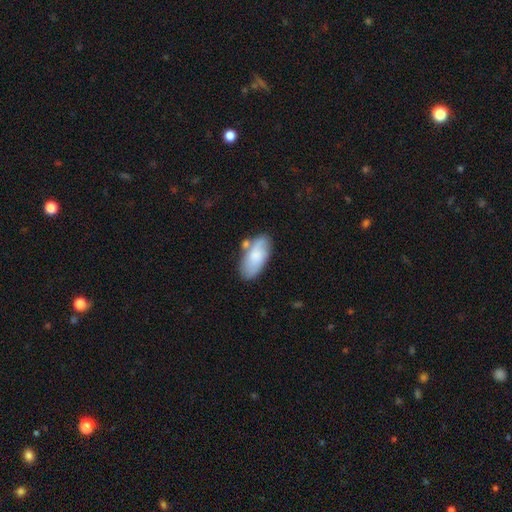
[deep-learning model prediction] This is likely a smooth galaxy (71%). How rounded: clearly in between (92%). Merging: likely none (62%).